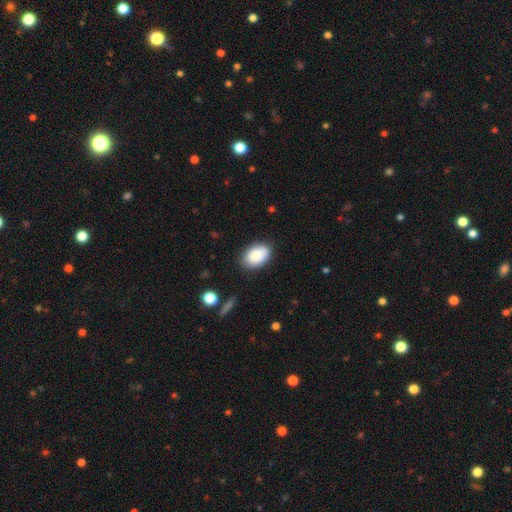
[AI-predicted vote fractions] A smooth galaxy with no disk features (85%) that is in between round and cigar-shaped (86%).

Vote fractions:
- Smooth or featured? smooth: 85% / featured or disk: 9% / star or artifact: 7%
- How rounded? in between: 86% / round: 13% / cigar-shaped: 1%
- Merging? none: 79% / minor disturbance: 16% / major disturbance: 3% / merger: 2%